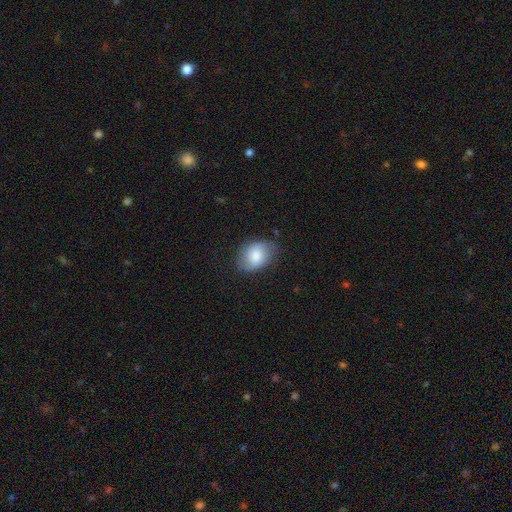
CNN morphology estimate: Smooth or featured?
  - smooth: 76% *
  - featured or disk: 17%
  - star or artifact: 7%
How rounded?
  - in between: 76% *
  - round: 23%
  - cigar-shaped: 1%
Merging?
  - none: 69% *
  - minor disturbance: 25%
  - major disturbance: 5%
  - merger: 1%